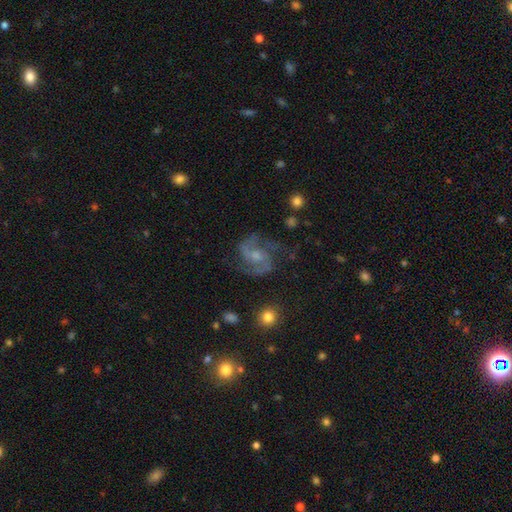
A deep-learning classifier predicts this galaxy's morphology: smooth-or-featured: featured or disk: 87% | star or artifact: 7% | smooth: 6%
  disk-edge-on: no: 98% | yes: 2%
    bar: no: 50% | weak: 41% | strong: 10%
    has-spiral-arms: yes: 97% | no: 3%
      spiral-winding: medium: 60% | loose: 23% | tight: 17%
      spiral-arm-count: 2: 84% | 3: 6% | can't tell: 4% | 1: 2% | 4: 2% | more than 4: 2%
    bulge-size: moderate: 44% | small: 43% | none: 8% | large: 4% | dominant: 1%
  merging: none: 71% | minor disturbance: 17% | major disturbance: 10% | merger: 2%